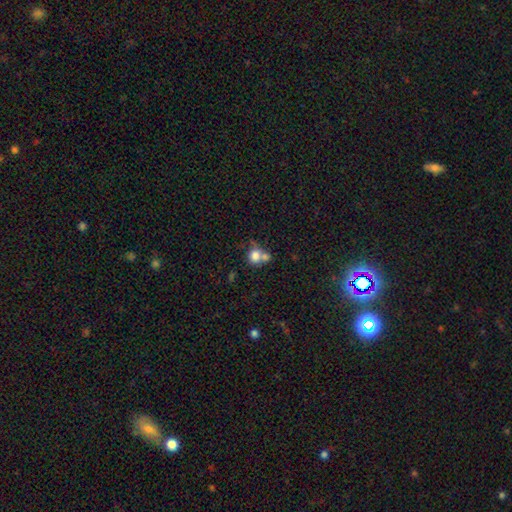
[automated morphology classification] This is likely a smooth galaxy (78%). How rounded: likely round (76%). Merging: possibly merger (51%).